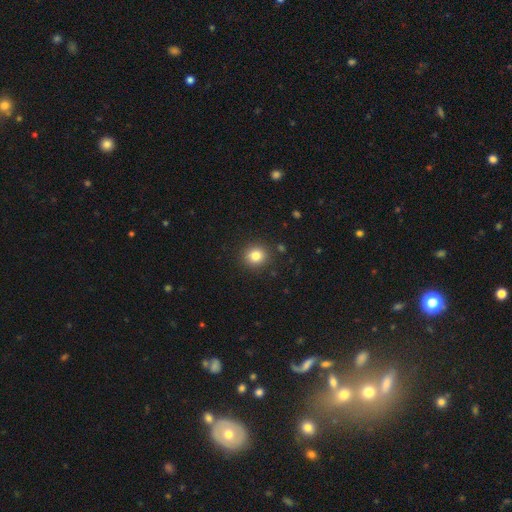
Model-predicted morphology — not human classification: smooth 82%, star or artifact 12%, featured or disk 7%. Down the decision tree: how rounded — round (89%); merging — none (90%).